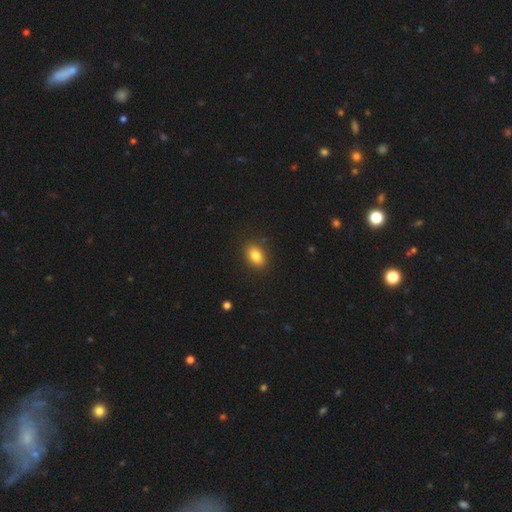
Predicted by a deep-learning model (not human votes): Smooth or featured? smooth (83%)
How rounded? in between (80%)
Merging? none (88%)